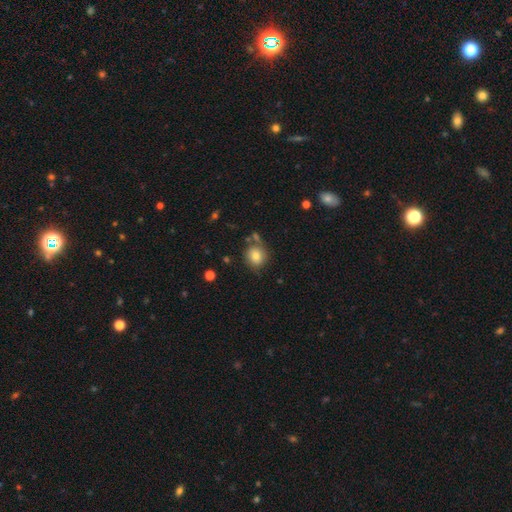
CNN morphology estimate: smooth-or-featured: smooth: 80% | star or artifact: 10% | featured or disk: 10%
  how-rounded: round: 82% | in between: 17% | cigar-shaped: 1%
  merging: none: 73% | minor disturbance: 14% | merger: 9% | major disturbance: 4%